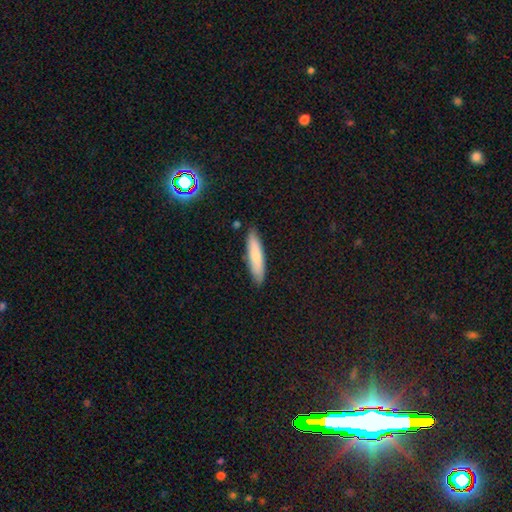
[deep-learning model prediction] Smooth or featured? smooth (76%)
How rounded? cigar-shaped (81%)
Merging? none (86%)